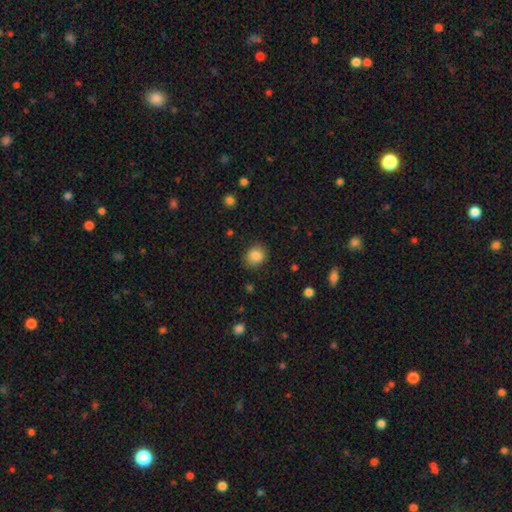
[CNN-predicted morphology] Q: Smooth or featured?
A: smooth (85%); runner-up: star or artifact (9%)
Q: How rounded?
A: round (67%); runner-up: in between (32%)
Q: Merging?
A: none (82%); runner-up: minor disturbance (14%)